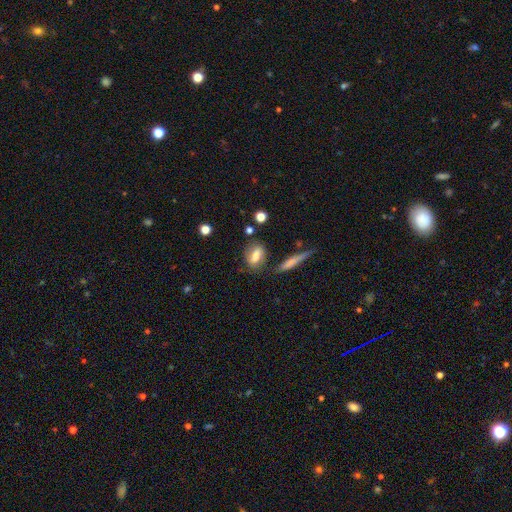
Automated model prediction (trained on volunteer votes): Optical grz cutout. It shows a smooth galaxy with no disk features (70%) that is in between round and cigar-shaped (73%). Merging: none (70%).